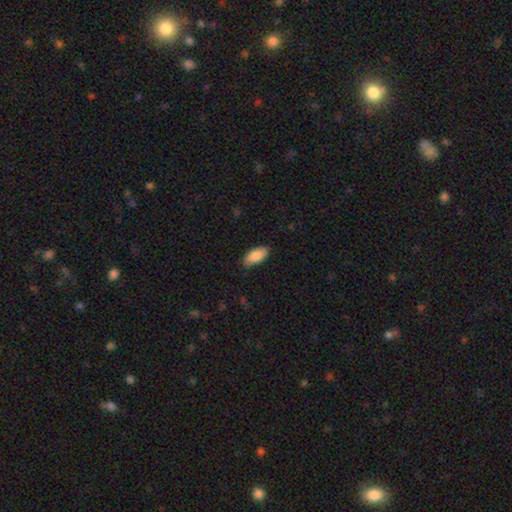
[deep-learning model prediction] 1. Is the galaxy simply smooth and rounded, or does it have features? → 86% smooth, 8% featured or disk, 6% star or artifact.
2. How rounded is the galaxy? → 91% in between, 7% cigar-shaped, 2% round.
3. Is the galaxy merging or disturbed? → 82% none, 15% minor disturbance, 2% major disturbance, 1% merger.